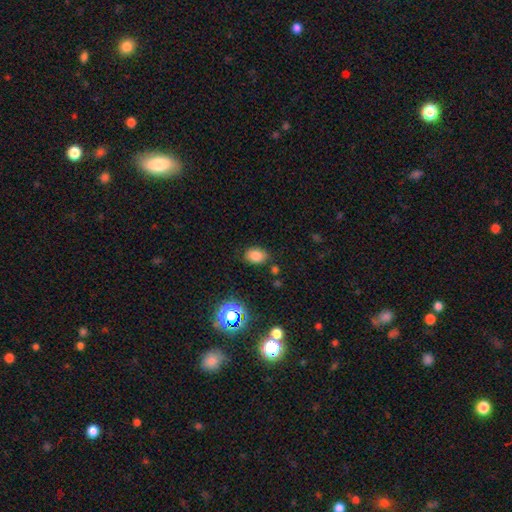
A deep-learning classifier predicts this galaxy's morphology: This appears to be a smooth galaxy with no disk features (79%) that is in between round and cigar-shaped (72%). Merging: none (80%).